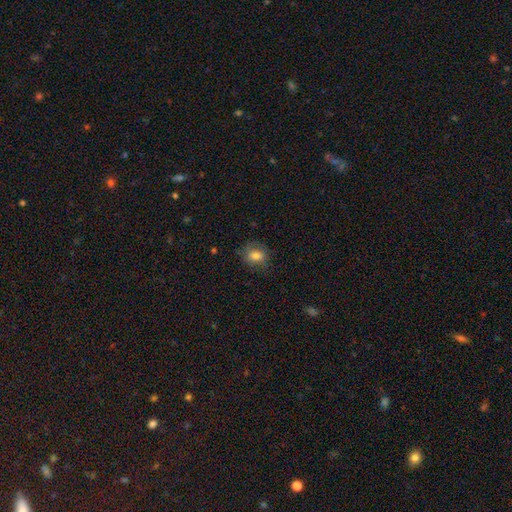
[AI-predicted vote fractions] Q: Smooth or featured?
A: smooth (76%); runner-up: featured or disk (15%)
Q: How rounded?
A: in between (55%); runner-up: round (44%)
Q: Merging?
A: none (66%); runner-up: minor disturbance (22%)